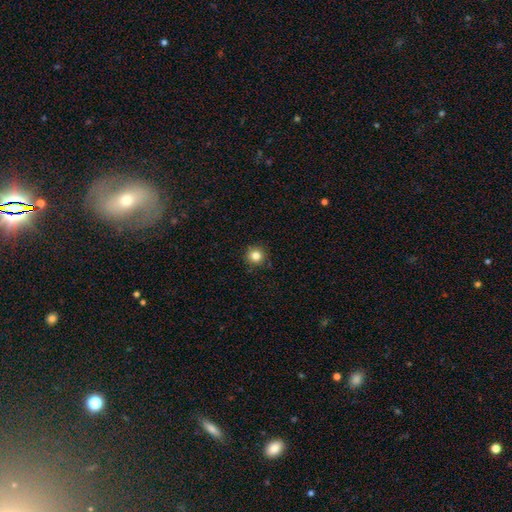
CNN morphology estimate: This is clearly a smooth galaxy (83%). How rounded: clearly round (94%). Merging: clearly none (91%).